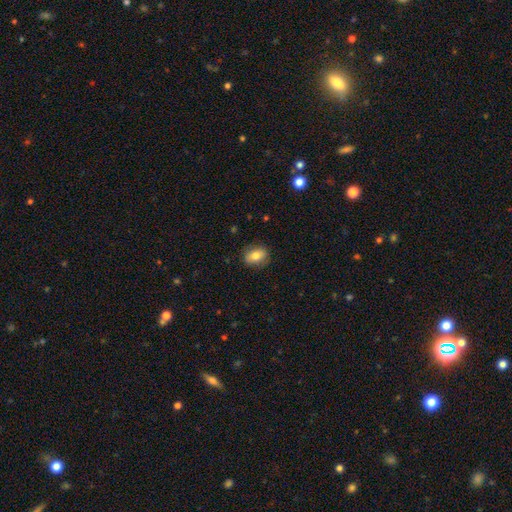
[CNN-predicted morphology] A smooth galaxy with no disk features (77%) that is in between round and cigar-shaped (73%). Merging: none (84%).